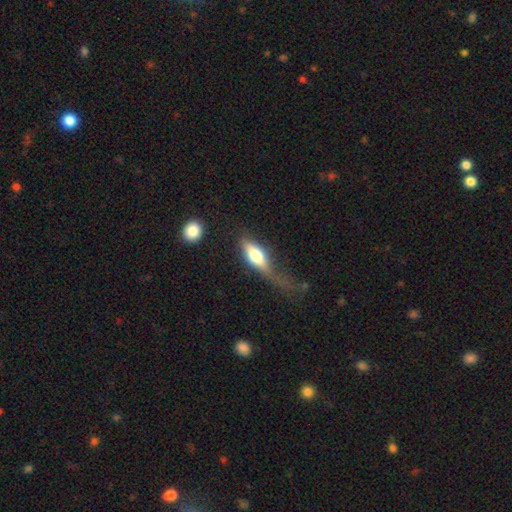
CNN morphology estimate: Smooth or featured? Predicted: smooth (p=0.61). How rounded? Predicted: in between (p=0.70). Merging? Predicted: major disturbance (p=0.39).